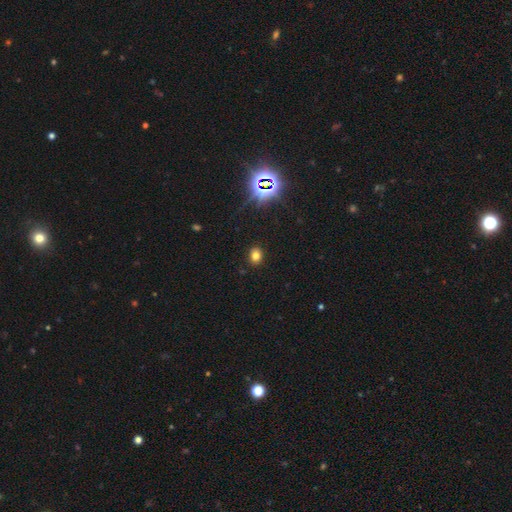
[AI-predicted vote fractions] This is likely a smooth galaxy (75%). How rounded: possibly round (56%). Merging: clearly none (89%).